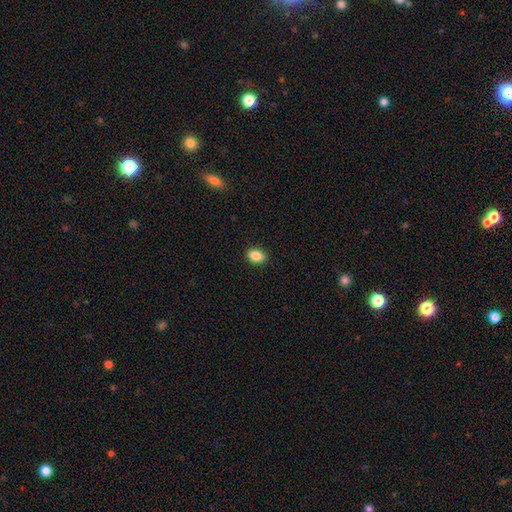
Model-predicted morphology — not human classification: smooth_or_featured: smooth (p=0.87) [alt: star or artifact p=0.09]
how_rounded: in between (p=0.76) [alt: round p=0.23]
merging: none (p=0.90) [alt: minor disturbance p=0.07]